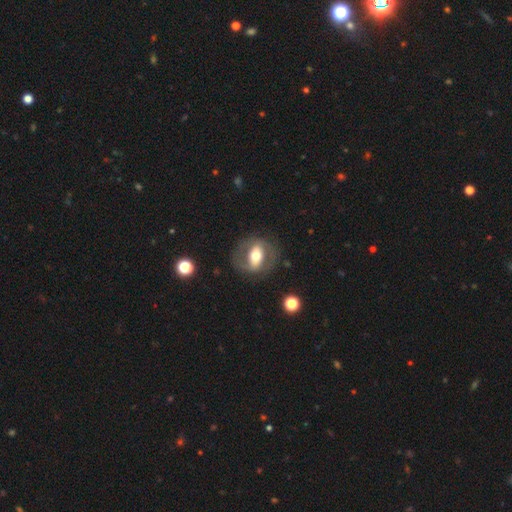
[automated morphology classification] The model was most divided on "spiral arms": yes: 56%, no: 44%. Remaining: edge-on disk — no (91%); merging — none (76%); bulge size — moderate (64%); smooth or featured — featured or disk (63%); bar — strong (50%).